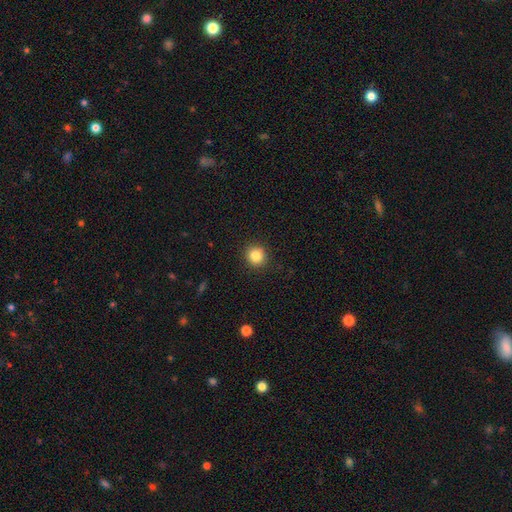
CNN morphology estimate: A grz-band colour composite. It shows a smooth galaxy with no disk features (85%) that is round (91%). Merging: none (91%).